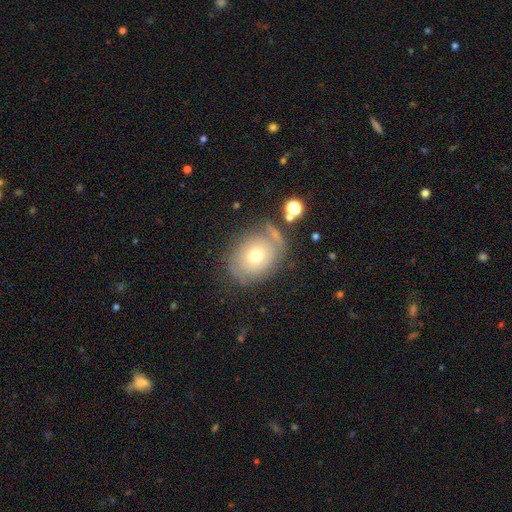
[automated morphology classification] smooth-or-featured: smooth: 51% | featured or disk: 39% | star or artifact: 10%
  how-rounded: in between: 51% | round: 48% | cigar-shaped: 1%
  merging: none: 60% | minor disturbance: 20% | merger: 10% | major disturbance: 10%